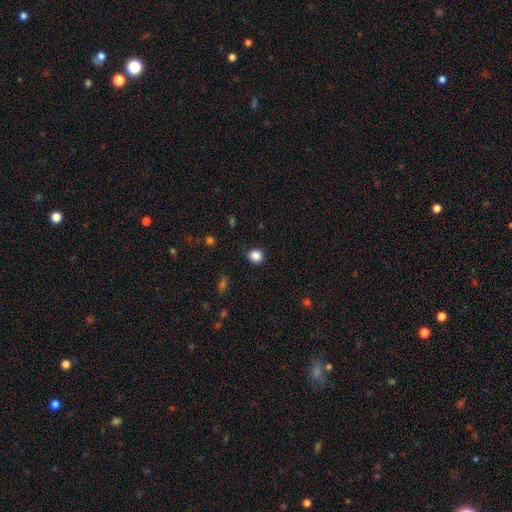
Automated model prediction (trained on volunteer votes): smooth_or_featured: smooth (p=0.86) [alt: star or artifact p=0.11]
how_rounded: round (p=0.85) [alt: in between p=0.14]
merging: none (p=0.86) [alt: minor disturbance p=0.11]